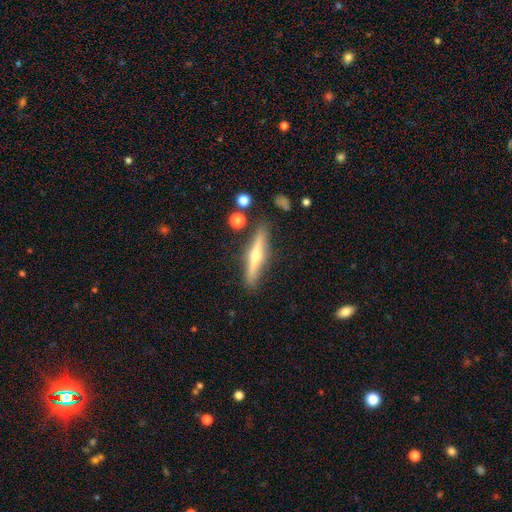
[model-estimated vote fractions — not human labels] Smooth or featured? Predicted: featured or disk (p=0.69). Edge-on disk? Predicted: yes (p=0.96). Edge-on bulge? Predicted: rounded (p=0.91). Merging? Predicted: none (p=0.87).